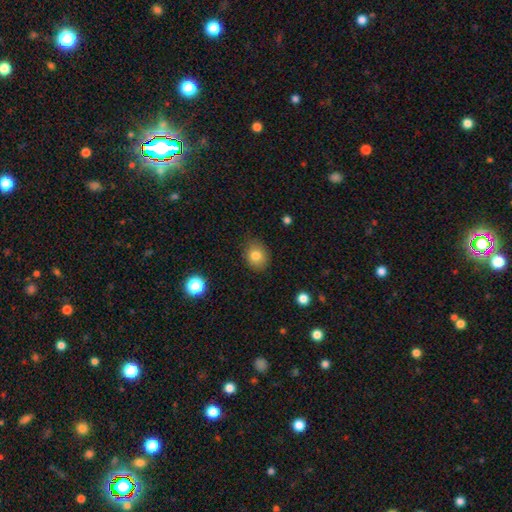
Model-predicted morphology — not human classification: Smooth or featured?
  - smooth: 81% *
  - star or artifact: 11%
  - featured or disk: 8%
How rounded?
  - round: 59% *
  - in between: 40%
  - cigar-shaped: 1%
Merging?
  - none: 81% *
  - minor disturbance: 15%
  - major disturbance: 3%
  - merger: 1%